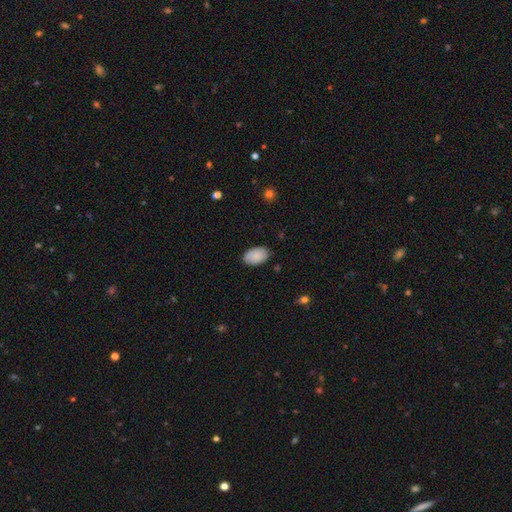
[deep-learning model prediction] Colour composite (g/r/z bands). It shows a smooth galaxy with no disk features (85%) that is in between round and cigar-shaped (91%). Merging: none (83%).